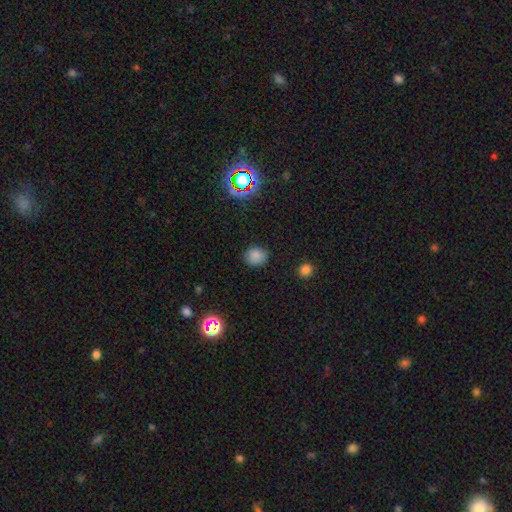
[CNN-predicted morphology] Smooth or featured? Predicted: smooth (p=0.80). How rounded? Predicted: round (p=0.70). Merging? Predicted: none (p=0.84).